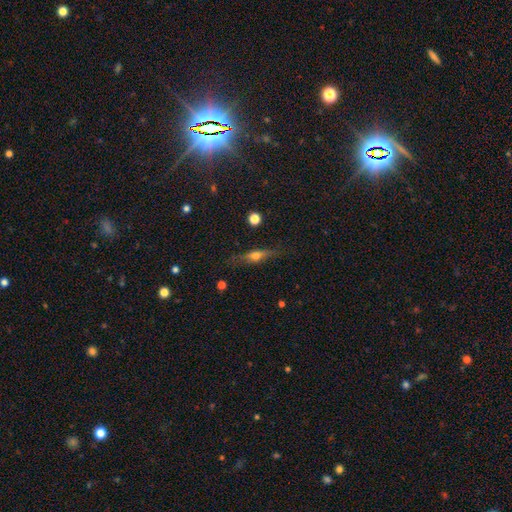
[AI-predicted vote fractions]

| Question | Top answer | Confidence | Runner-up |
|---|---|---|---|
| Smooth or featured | featured or disk | 51% | smooth (40%) |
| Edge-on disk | yes | 90% | no (10%) |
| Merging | none | 79% | minor disturbance (15%) |